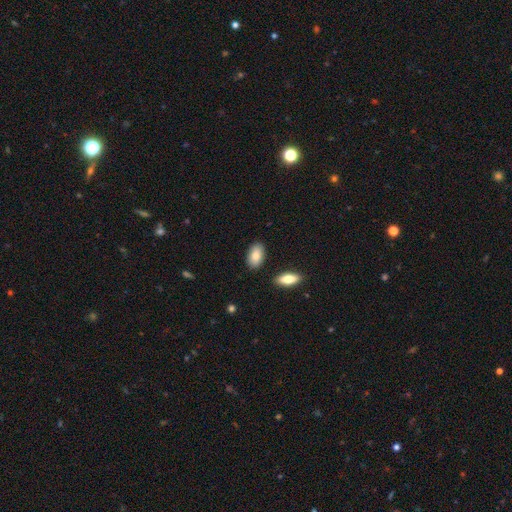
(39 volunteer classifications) Q: Smooth or featured?
A: smooth (90%); runner-up: star or artifact (8%)
Q: How rounded?
A: in between (97%); runner-up: round (3%)
Q: Merging?
A: none (86%); runner-up: minor disturbance (14%)